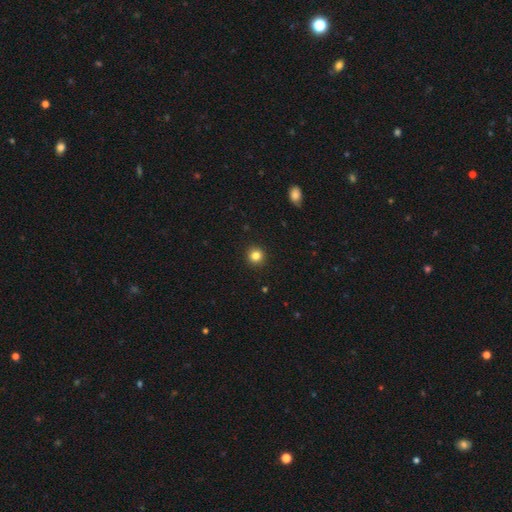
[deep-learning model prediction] A smooth galaxy with no disk features (83%) that is round (95%). Merging: none (94%).